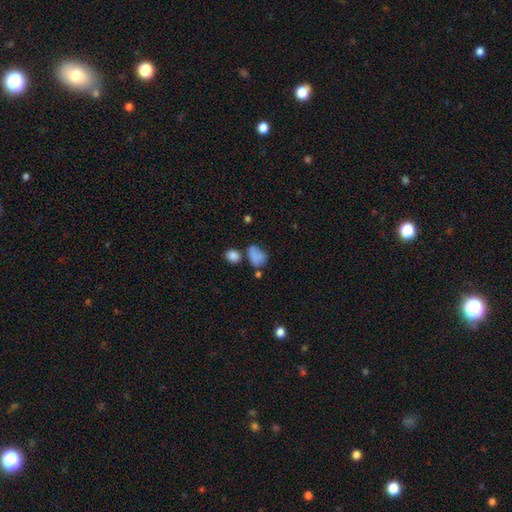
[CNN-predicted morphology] Smooth or featured? smooth (76%)
How rounded? in between (73%)
Merging? none (35%)